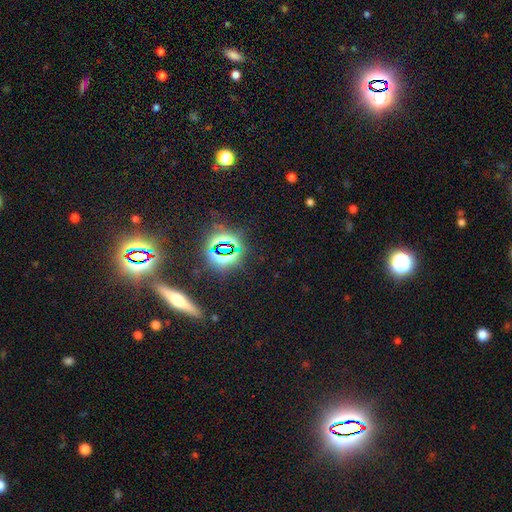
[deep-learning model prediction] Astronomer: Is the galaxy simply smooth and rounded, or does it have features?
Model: star or artifact — 70%.